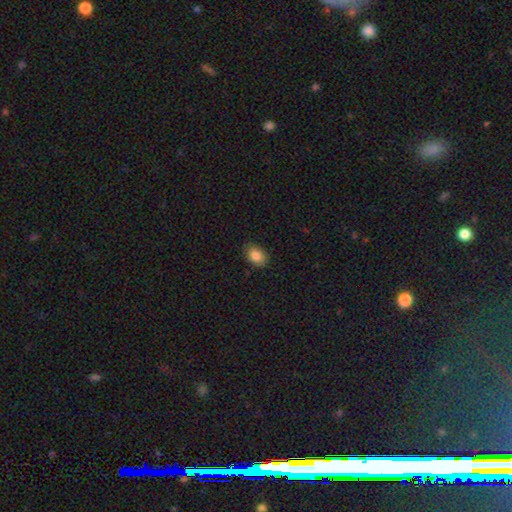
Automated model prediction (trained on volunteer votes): Smooth or featured: smooth — 86% (star or artifact — 8%)
How rounded: in between — 80% (round — 19%)
Merging: none — 82% (minor disturbance — 15%)